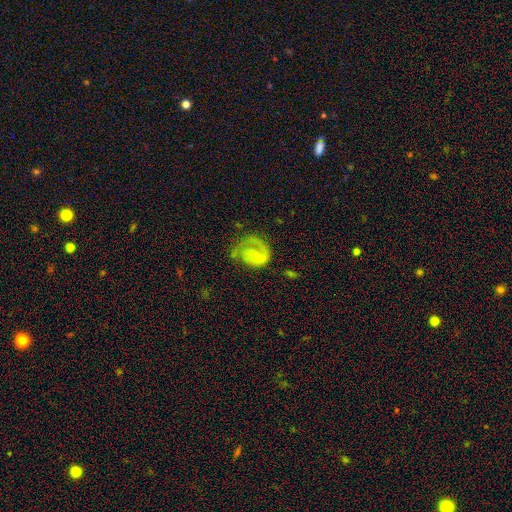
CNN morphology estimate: featured or disk 58%, smooth 34%, star or artifact 8%. Down the decision tree: edge-on disk — no (98%); bar — no (73%); spiral arms — yes (74%); bulge size — none (54%); merging — major disturbance (42%).